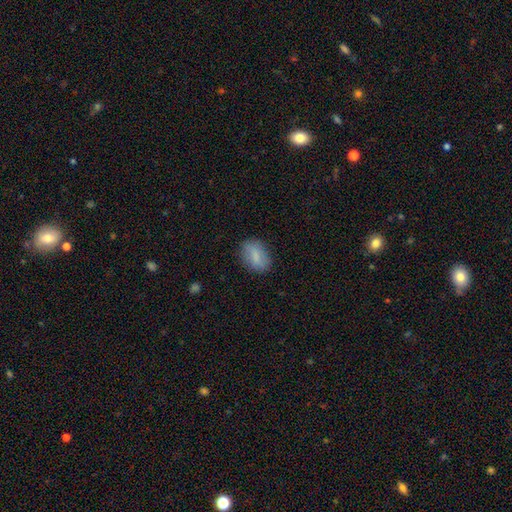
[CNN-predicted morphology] smooth_or_featured: smooth (p=0.79) [alt: featured or disk p=0.13]
how_rounded: in between (p=0.82) [alt: round p=0.14]
merging: none (p=0.81) [alt: minor disturbance p=0.14]